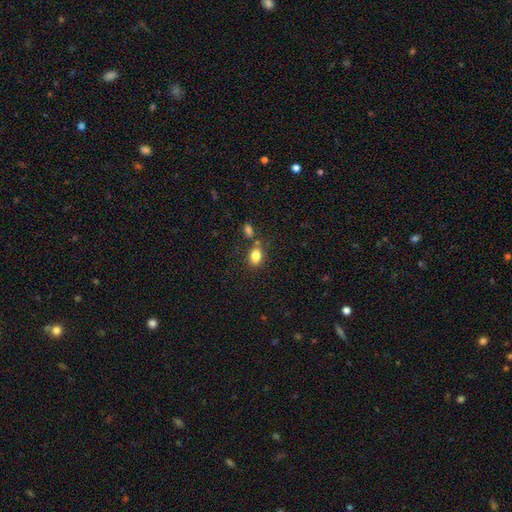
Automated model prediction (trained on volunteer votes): Smooth or featured?
  - smooth: 82% *
  - star or artifact: 10%
  - featured or disk: 7%
How rounded?
  - in between: 76% *
  - round: 23%
  - cigar-shaped: 2%
Merging?
  - none: 68% *
  - merger: 16%
  - minor disturbance: 13%
  - major disturbance: 4%